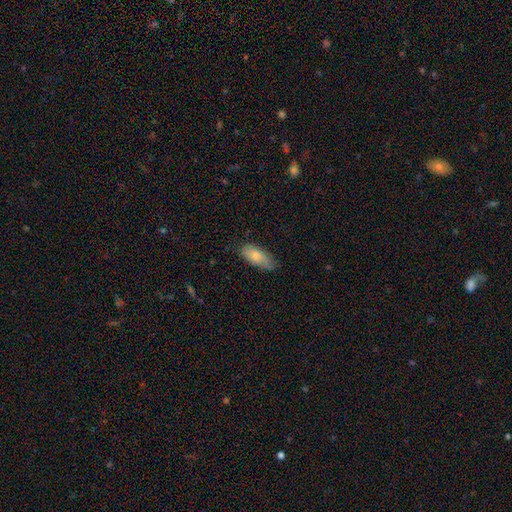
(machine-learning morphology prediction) Smooth or featured? Predicted: smooth (p=0.79). How rounded? Predicted: in between (p=0.88). Merging? Predicted: none (p=0.66).